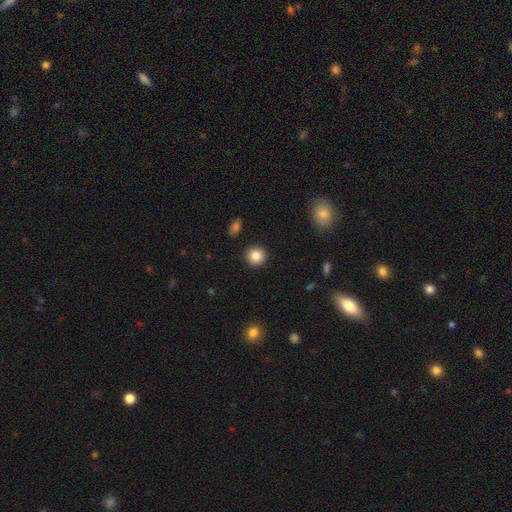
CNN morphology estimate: A smooth galaxy with no disk features (86%) that is round (92%). Merging: none (91%).